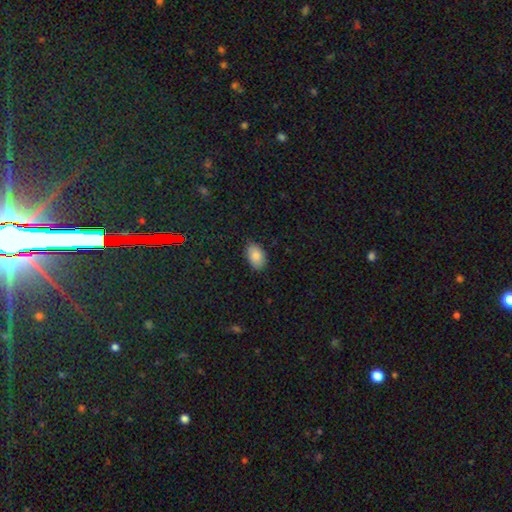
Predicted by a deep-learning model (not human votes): Q: Smooth or featured?
A: smooth (84%); runner-up: star or artifact (8%)
Q: How rounded?
A: in between (90%); runner-up: round (9%)
Q: Merging?
A: none (84%); runner-up: minor disturbance (13%)